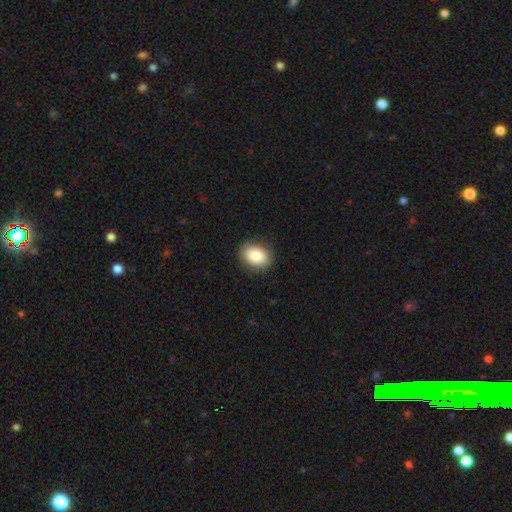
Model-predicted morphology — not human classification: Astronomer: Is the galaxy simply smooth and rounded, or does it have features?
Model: smooth — 84%.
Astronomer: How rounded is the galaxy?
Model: in between — 69%.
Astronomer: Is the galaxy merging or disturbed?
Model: none — 88%.